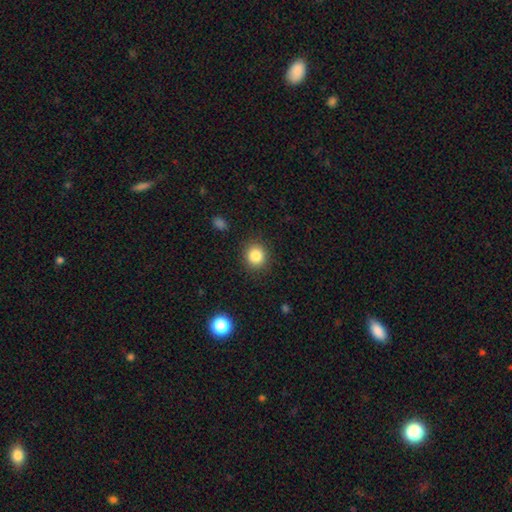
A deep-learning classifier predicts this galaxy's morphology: This is clearly a smooth galaxy (84%). How rounded: clearly round (85%). Merging: clearly none (89%).